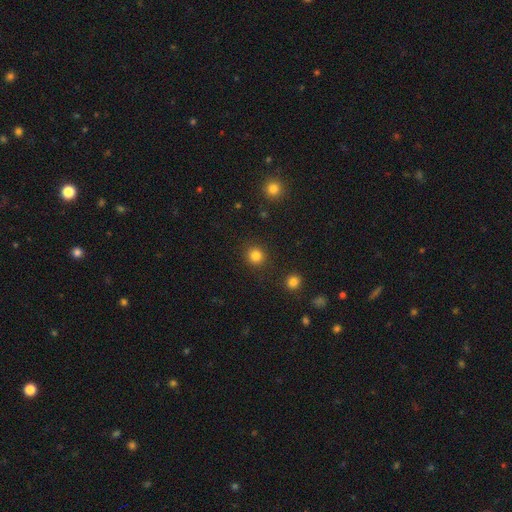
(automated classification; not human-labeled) The model was most divided on "smooth or featured": smooth: 84%, star or artifact: 12%, featured or disk: 5%. More confident: how rounded — round (92%); merging — none (90%).